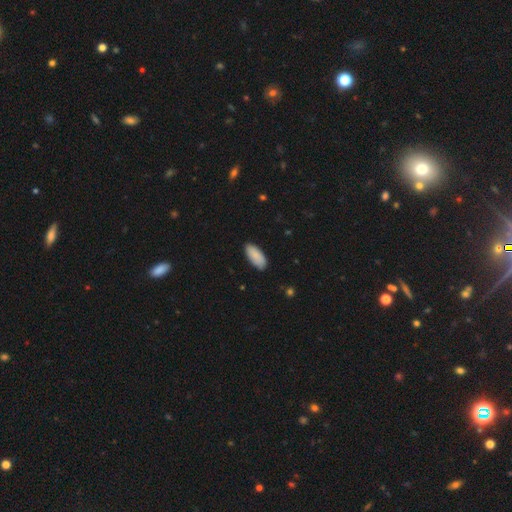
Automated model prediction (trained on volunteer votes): Smooth or featured? smooth (89%)
How rounded? in between (90%)
Merging? none (84%)